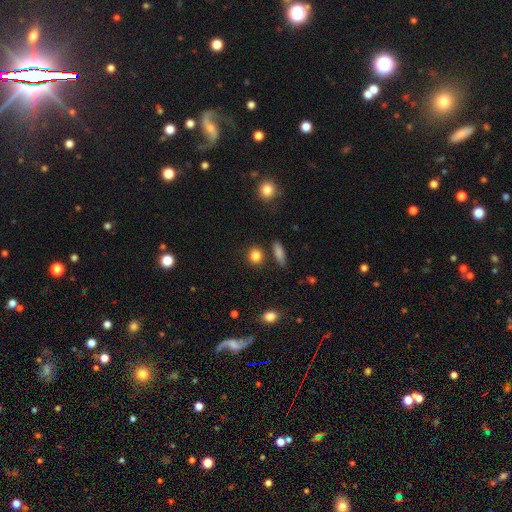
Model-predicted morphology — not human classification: The model was most divided on "how rounded": round: 81%, in between: 17%, cigar-shaped: 2%. More confident: smooth or featured — smooth (85%); merging — none (83%).